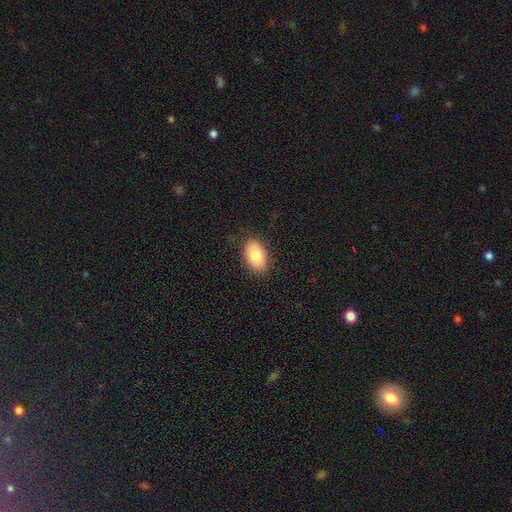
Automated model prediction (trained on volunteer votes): Smooth or featured: smooth — 83% (featured or disk — 10%)
How rounded: in between — 90% (round — 9%)
Merging: none — 86% (minor disturbance — 11%)